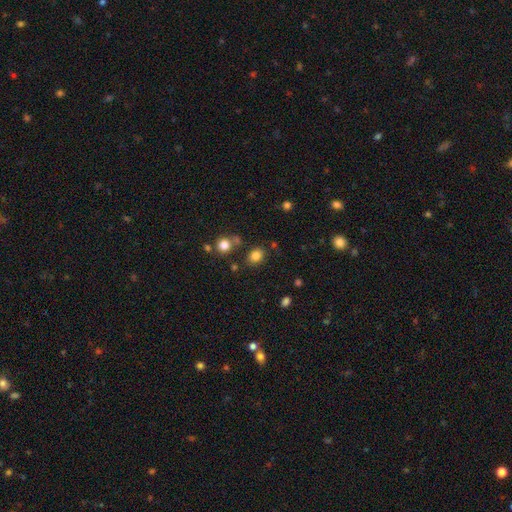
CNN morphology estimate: A smooth galaxy with no disk features (81%) that is in between round and cigar-shaped (55%).

Vote fractions:
- Smooth or featured? smooth: 81% / star or artifact: 13% / featured or disk: 6%
- How rounded? in between: 55% / round: 44% / cigar-shaped: 1%
- Merging? none: 77% / minor disturbance: 12% / merger: 7% / major disturbance: 4%